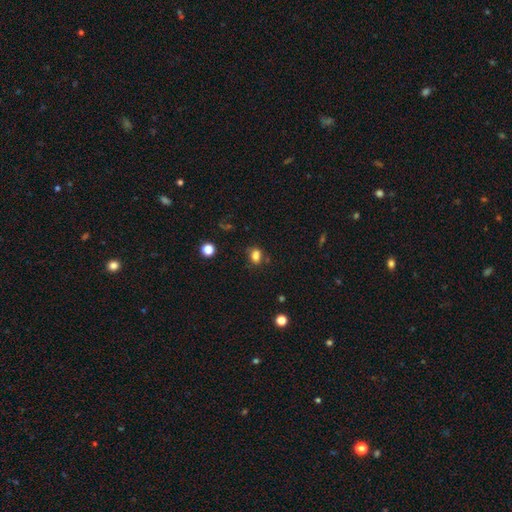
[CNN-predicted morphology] A smooth galaxy with no disk features (78%) that is in between round and cigar-shaped (66%).

Vote fractions:
- Smooth or featured? smooth: 78% / star or artifact: 15% / featured or disk: 7%
- How rounded? in between: 66% / round: 33% / cigar-shaped: 2%
- Merging? none: 64% / minor disturbance: 19% / merger: 10% / major disturbance: 6%